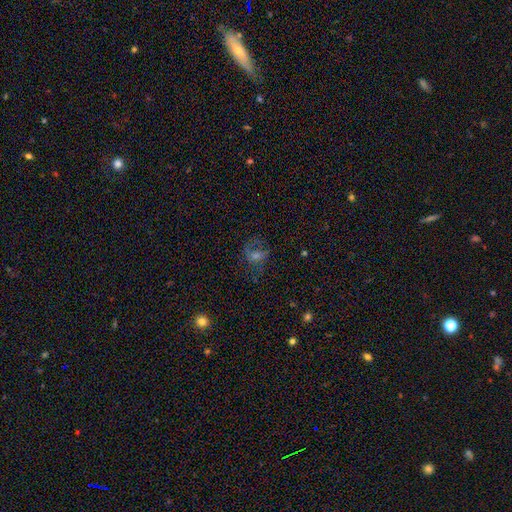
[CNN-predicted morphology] The model was most divided on "smooth or featured": featured or disk: 50%, smooth: 26%, star or artifact: 24%. More confident: merging — none (60%).